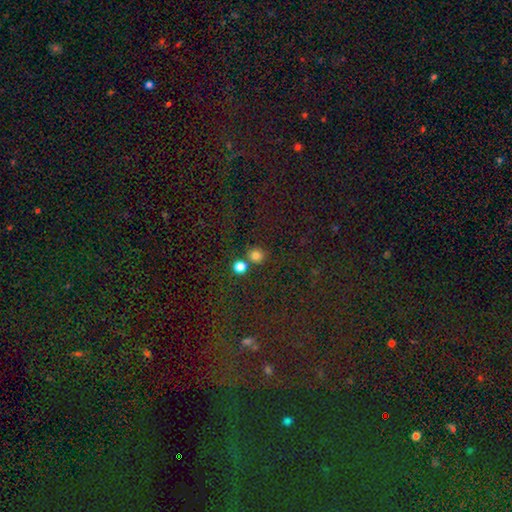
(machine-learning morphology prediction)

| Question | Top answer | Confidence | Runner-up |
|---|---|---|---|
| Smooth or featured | smooth | 79% | star or artifact (16%) |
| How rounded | round | 89% | in between (10%) |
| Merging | none | 71% | merger (19%) |